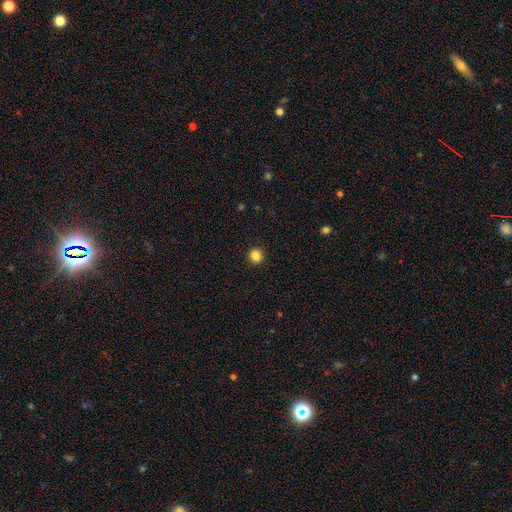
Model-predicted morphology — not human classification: Smooth or featured: smooth — 85% (star or artifact — 11%)
How rounded: round — 93% (in between — 6%)
Merging: none — 93% (minor disturbance — 4%)